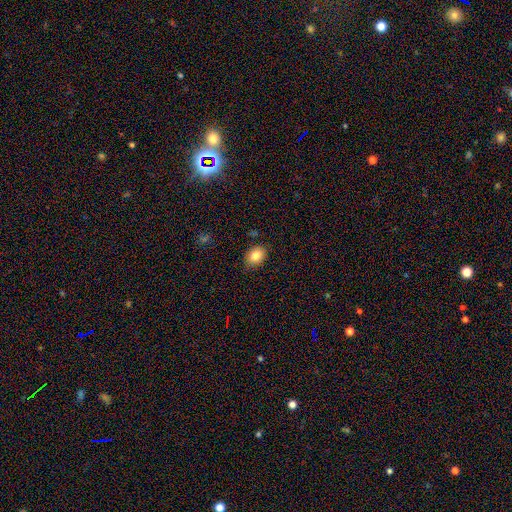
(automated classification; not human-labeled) Smooth or featured? Predicted: smooth (p=0.83). How rounded? Predicted: in between (p=0.68). Merging? Predicted: none (p=0.84).